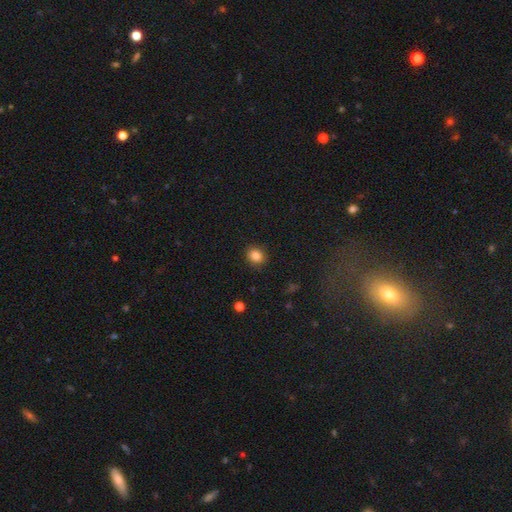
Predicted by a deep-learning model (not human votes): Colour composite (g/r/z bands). It shows a smooth galaxy with no disk features (85%) that is round (68%). Merging: none (88%).